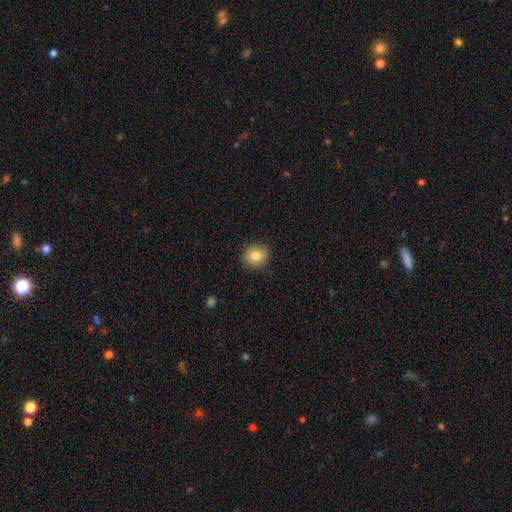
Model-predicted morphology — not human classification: This is clearly a smooth galaxy (81%). How rounded: clearly round (84%). Merging: clearly none (90%).